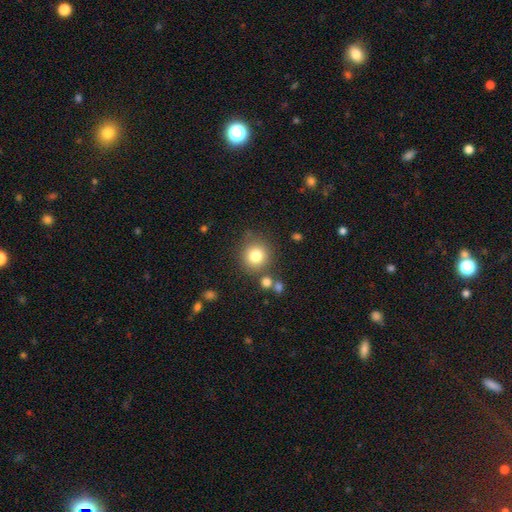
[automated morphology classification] smooth-or-featured: smooth: 80% | star or artifact: 12% | featured or disk: 8%
  how-rounded: round: 91% | in between: 8% | cigar-shaped: 1%
  merging: none: 80% | minor disturbance: 10% | merger: 7% | major disturbance: 4%